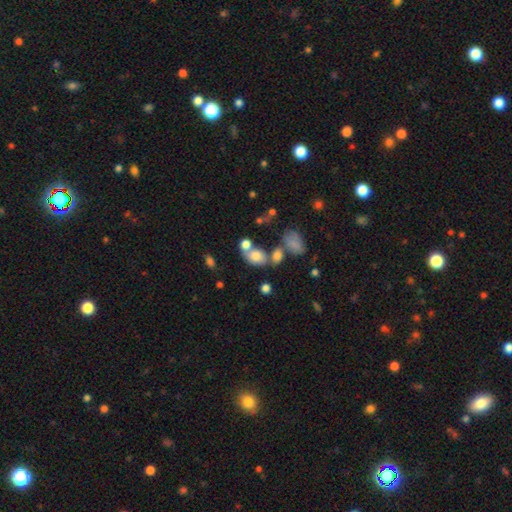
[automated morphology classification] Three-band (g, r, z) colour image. It shows a smooth galaxy with no disk features (73%) that is in between round and cigar-shaped (70%). Merging: merger (40%).